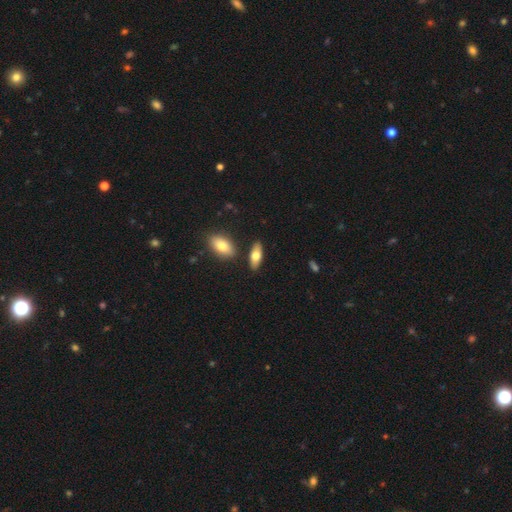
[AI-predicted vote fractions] Smooth or featured: smooth — 69% (featured or disk — 25%)
How rounded: in between — 79% (cigar-shaped — 18%)
Merging: none — 82% (minor disturbance — 10%)